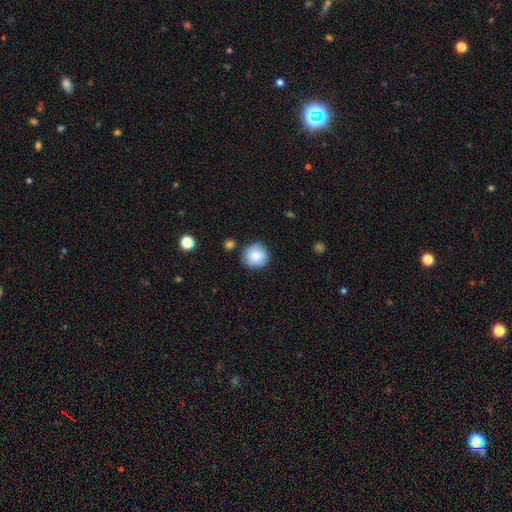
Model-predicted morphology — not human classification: Smooth or featured: smooth — 87% (star or artifact — 8%)
How rounded: round — 94% (in between — 5%)
Merging: none — 85% (minor disturbance — 10%)